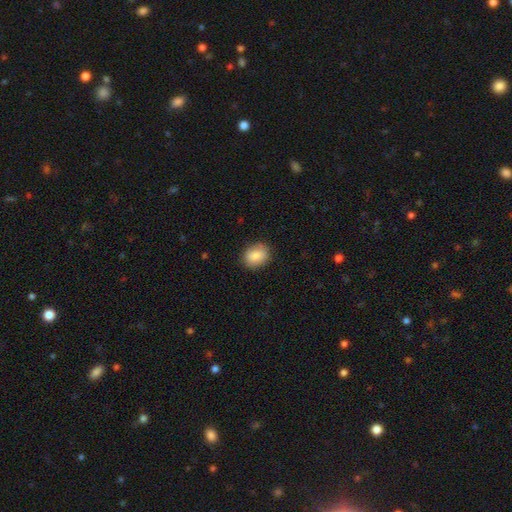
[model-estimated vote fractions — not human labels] smooth-or-featured: smooth: 86% | star or artifact: 7% | featured or disk: 7%
  how-rounded: in between: 54% | round: 45% | cigar-shaped: 1%
  merging: none: 87% | minor disturbance: 10% | major disturbance: 2% | merger: 1%